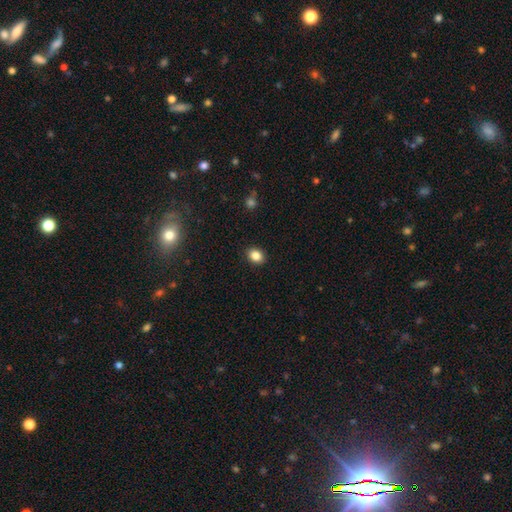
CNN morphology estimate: smooth 85%, star or artifact 10%, featured or disk 5%. Down the decision tree: how rounded — in between (54%); merging — none (91%).